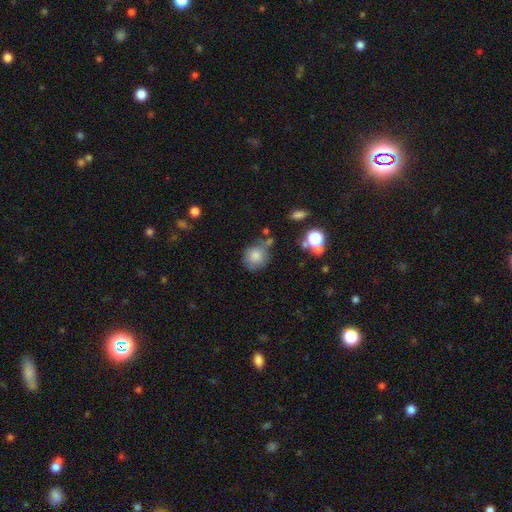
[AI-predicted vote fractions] Smooth or featured: smooth — 80% (star or artifact — 10%)
How rounded: round — 80% (in between — 19%)
Merging: none — 56% (minor disturbance — 25%)